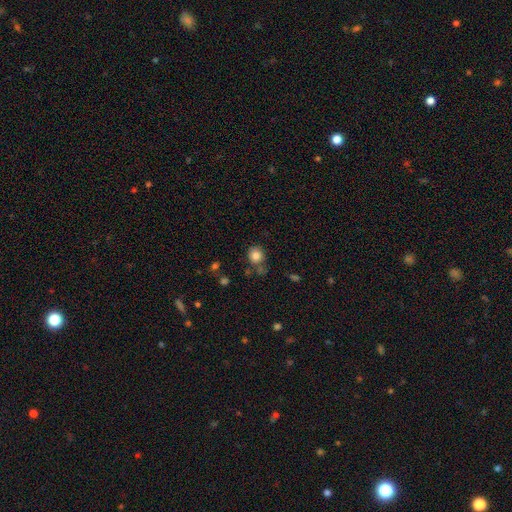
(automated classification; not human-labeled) smooth 83%, star or artifact 11%, featured or disk 6%. Down the decision tree: how rounded — round (82%); merging — none (67%).